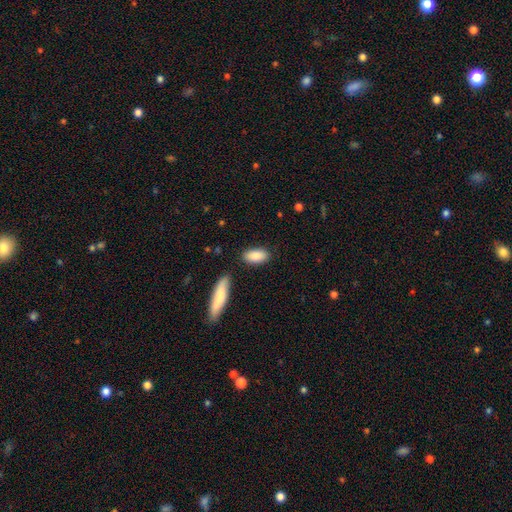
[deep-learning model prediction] Overall: smooth (85%). How rounded: in between (87%). Merging: none (82%).